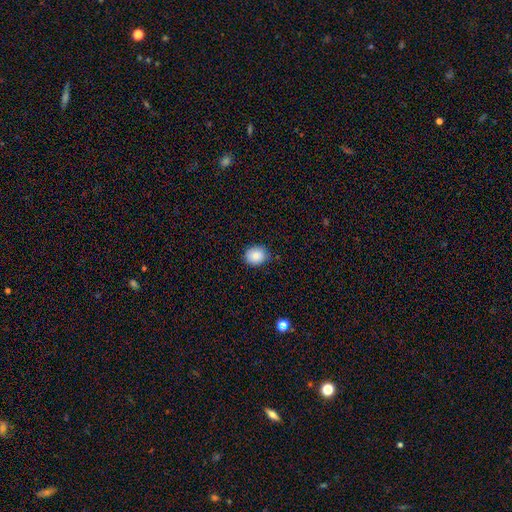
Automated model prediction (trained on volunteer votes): A smooth galaxy with no disk features (86%) that is round (70%).

Vote fractions:
- Smooth or featured? smooth: 86% / star or artifact: 9% / featured or disk: 5%
- How rounded? round: 70% / in between: 29% / cigar-shaped: 1%
- Merging? none: 79% / minor disturbance: 17% / major disturbance: 3% / merger: 1%